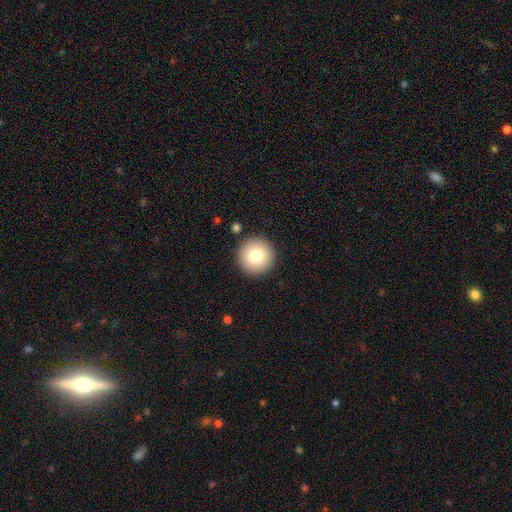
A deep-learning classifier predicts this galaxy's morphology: Overall: smooth (79%). How rounded: round (96%). Merging: none (91%).